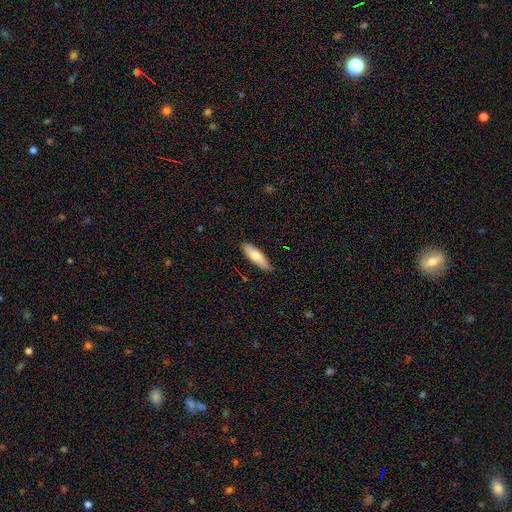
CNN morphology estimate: smooth_or_featured: smooth (p=0.76) [alt: featured or disk p=0.19]
how_rounded: cigar-shaped (p=0.49) [tied with: in between p=0.49]
merging: none (p=0.86) [alt: minor disturbance p=0.11]